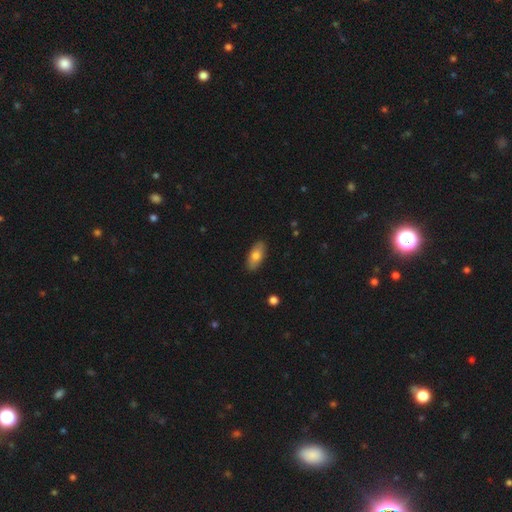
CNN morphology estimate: This appears to be a smooth galaxy with no disk features (75%) that is in between round and cigar-shaped (86%). Merging: none (89%).